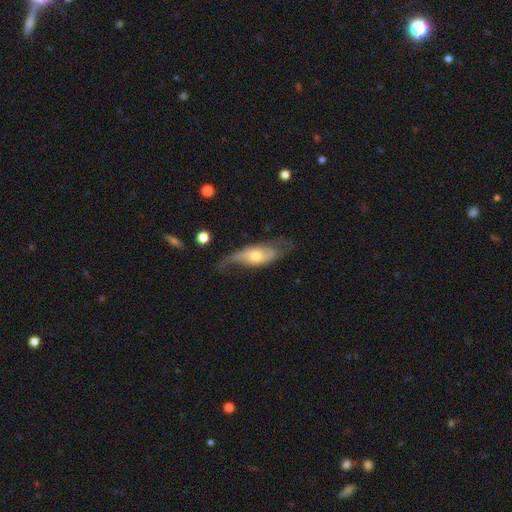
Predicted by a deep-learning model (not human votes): This appears to be a featured or disk galaxy (61%). Merging: none (46%).